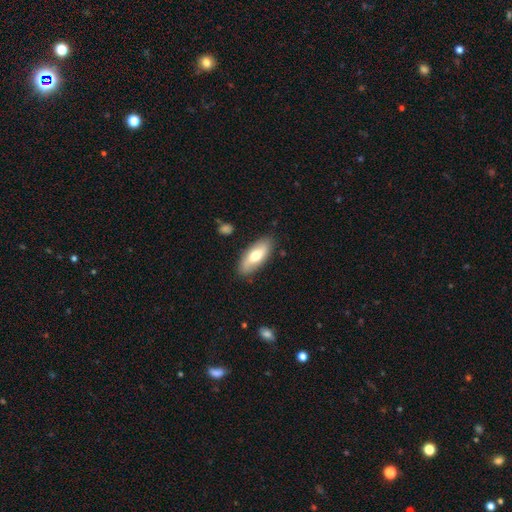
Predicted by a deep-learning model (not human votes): This is likely a smooth galaxy (63%). How rounded: clearly in between (80%). Merging: clearly none (85%).